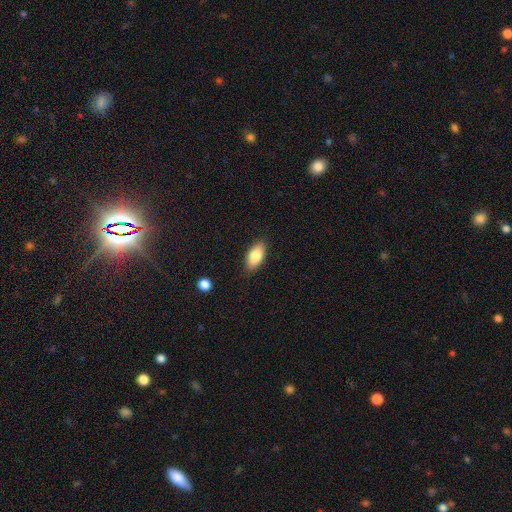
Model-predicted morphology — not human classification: smooth_or_featured: smooth (p=0.82) [alt: featured or disk p=0.11]
how_rounded: in between (p=0.90) [alt: cigar-shaped p=0.07]
merging: none (p=0.86) [alt: minor disturbance p=0.10]